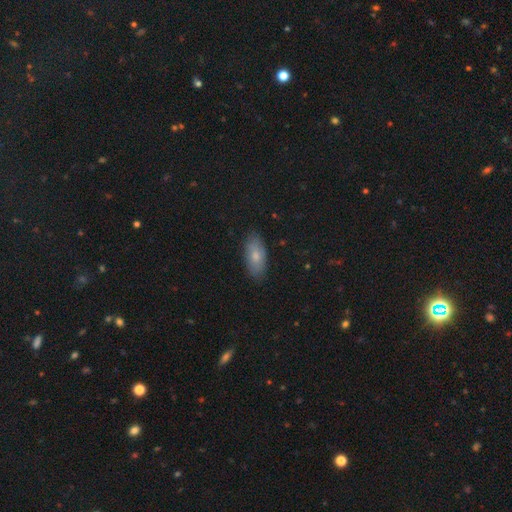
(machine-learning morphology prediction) This is likely a smooth galaxy (75%). How rounded: clearly in between (89%). Merging: clearly none (85%).